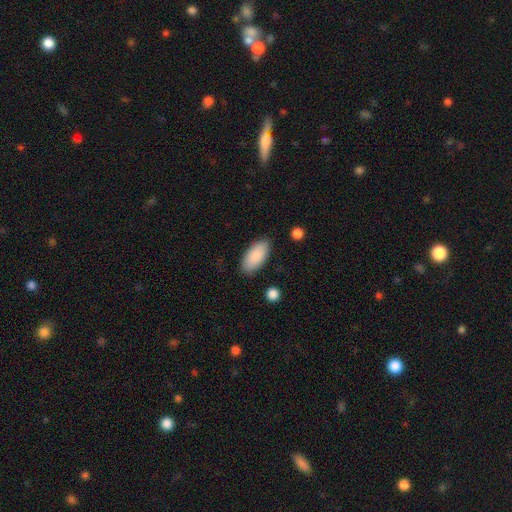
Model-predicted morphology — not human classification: Smooth or featured? smooth (88%)
How rounded? in between (91%)
Merging? none (86%)